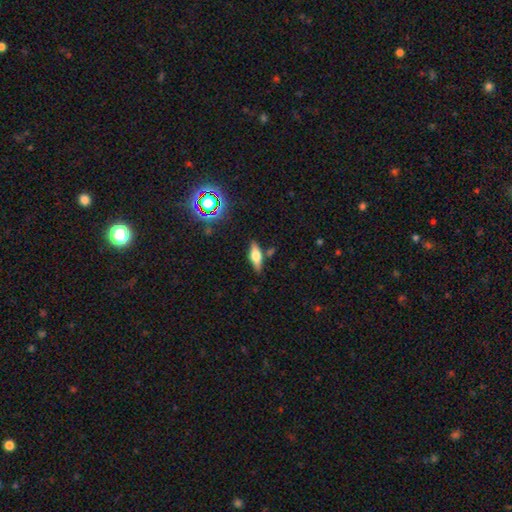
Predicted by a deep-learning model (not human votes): smooth 49%, featured or disk 41%, star or artifact 10%. Down the decision tree: merging — none (80%).